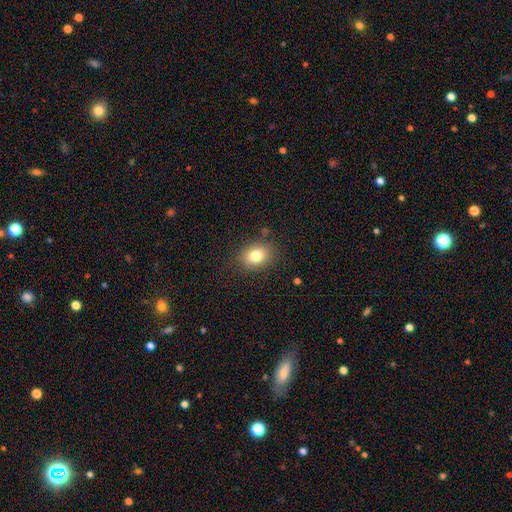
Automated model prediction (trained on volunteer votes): Q: Smooth or featured?
A: smooth (80%); runner-up: star or artifact (11%)
Q: How rounded?
A: in between (58%); runner-up: round (41%)
Q: Merging?
A: none (84%); runner-up: minor disturbance (11%)